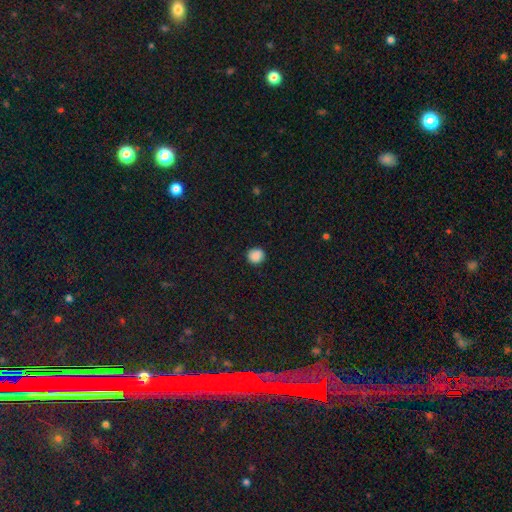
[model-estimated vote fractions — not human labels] smooth 88%, star or artifact 9%, featured or disk 3%. Down the decision tree: how rounded — round (89%); merging — none (90%).